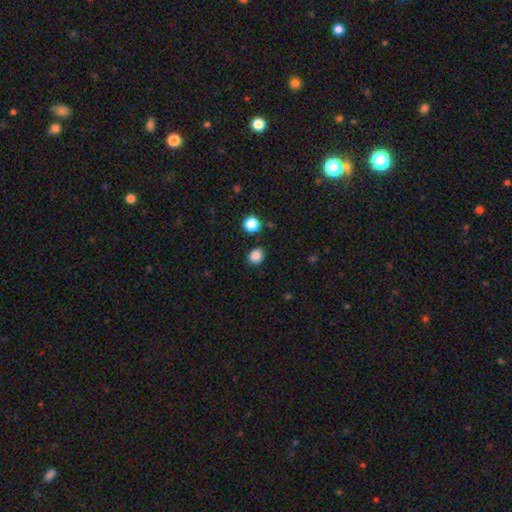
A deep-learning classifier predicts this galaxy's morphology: smooth-or-featured: smooth: 86% | star or artifact: 11% | featured or disk: 3%
  how-rounded: round: 73% | in between: 26% | cigar-shaped: 1%
  merging: none: 87% | minor disturbance: 8% | merger: 3% | major disturbance: 2%